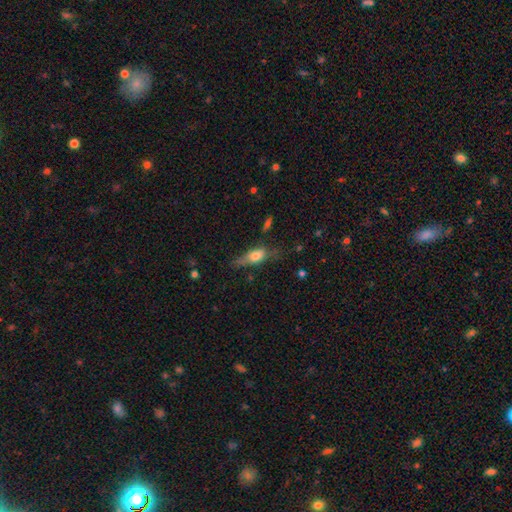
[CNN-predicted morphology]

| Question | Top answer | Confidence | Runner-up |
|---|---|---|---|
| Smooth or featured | smooth | 58% | featured or disk (33%) |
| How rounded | in between | 64% | cigar-shaped (30%) |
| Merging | none | 42% | minor disturbance (32%) |